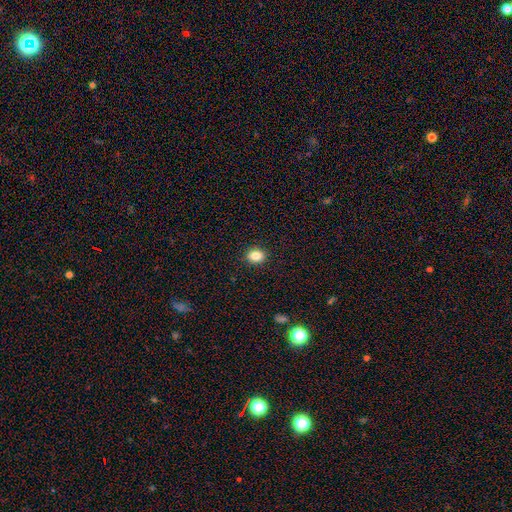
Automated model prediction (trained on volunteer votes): A smooth galaxy with no disk features (84%) that is round (61%). Merging: none (91%).